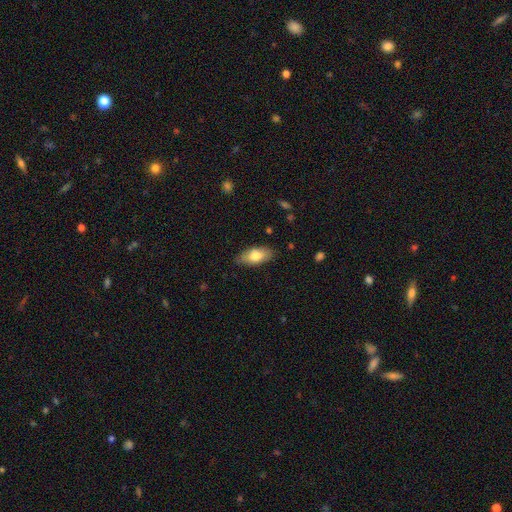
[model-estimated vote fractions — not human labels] Smooth or featured?
  - smooth: 77% *
  - featured or disk: 17%
  - star or artifact: 6%
How rounded?
  - in between: 88% *
  - cigar-shaped: 9%
  - round: 3%
Merging?
  - none: 81% *
  - minor disturbance: 15%
  - major disturbance: 3%
  - merger: 1%